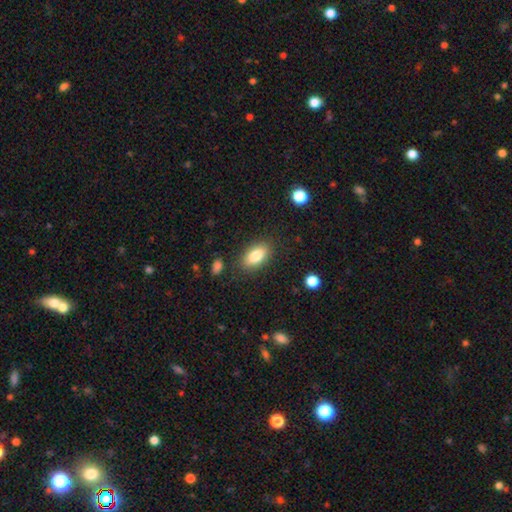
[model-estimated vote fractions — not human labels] smooth 83%, featured or disk 10%, star or artifact 7%. Down the decision tree: how rounded — in between (89%); merging — none (84%).